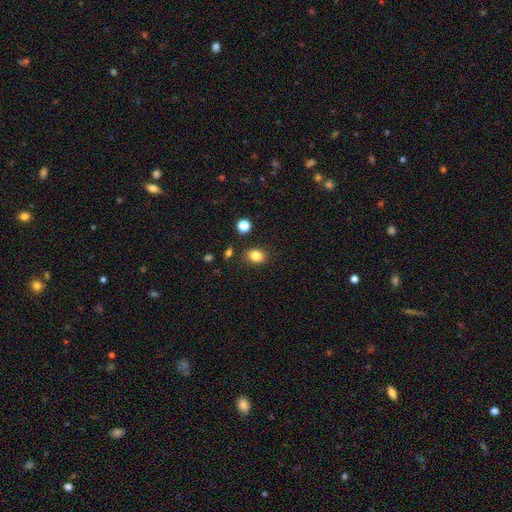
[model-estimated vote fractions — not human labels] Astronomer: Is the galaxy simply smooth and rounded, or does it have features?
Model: smooth — 84%.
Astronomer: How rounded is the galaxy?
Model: in between — 60% (runner-up: round, 39%).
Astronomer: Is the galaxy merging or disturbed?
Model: none — 83%.